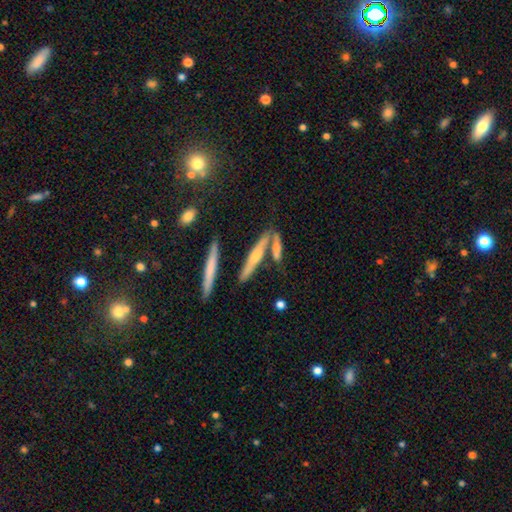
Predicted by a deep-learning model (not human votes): featured or disk 57%, smooth 34%, star or artifact 9%. Down the decision tree: edge-on disk — yes (87%); merging — none (65%).